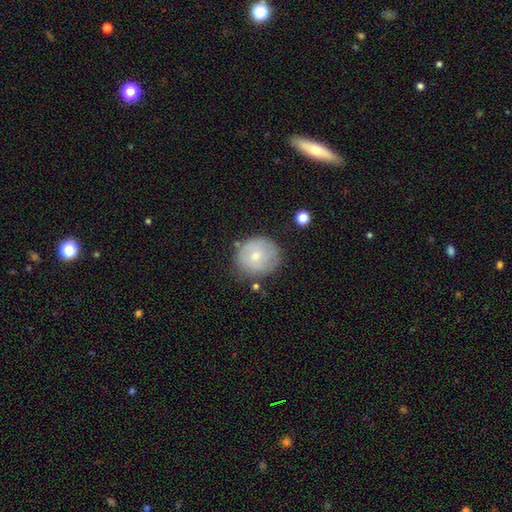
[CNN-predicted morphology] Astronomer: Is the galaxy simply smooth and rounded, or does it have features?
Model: smooth — 62%.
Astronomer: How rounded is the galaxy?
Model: round — 87%.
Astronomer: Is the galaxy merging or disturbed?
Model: none — 71%.